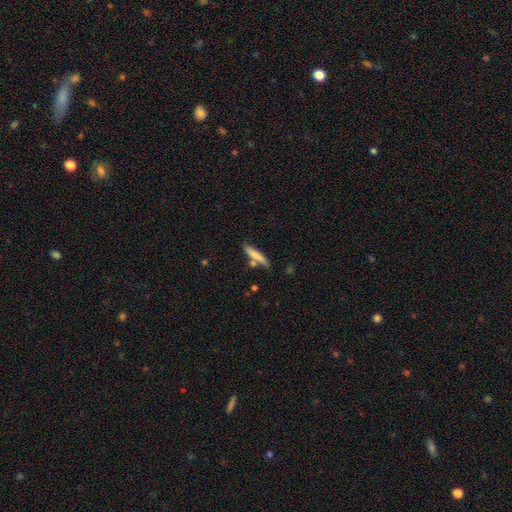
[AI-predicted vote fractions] This is likely a smooth galaxy (73%). How rounded: clearly cigar-shaped (85%). Merging: likely none (69%).